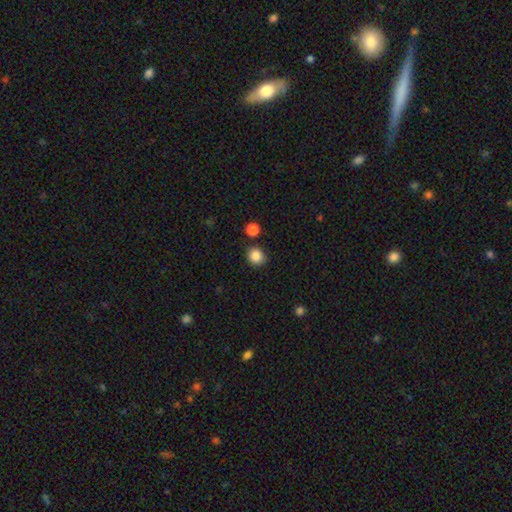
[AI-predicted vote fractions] Overall: smooth (87%). How rounded: round (84%). Merging: none (87%).